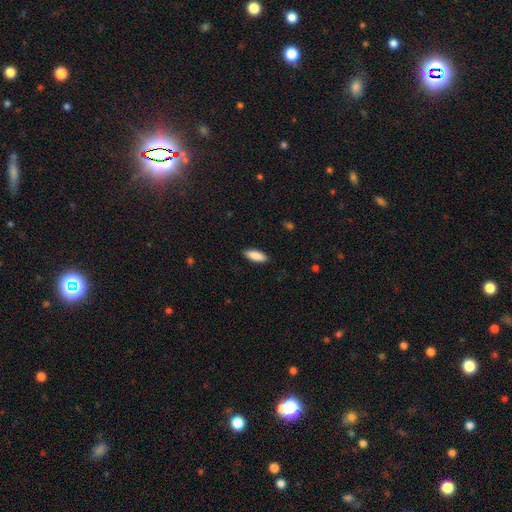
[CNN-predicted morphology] Overall: smooth (89%). How rounded: in between (75%). Merging: none (89%).